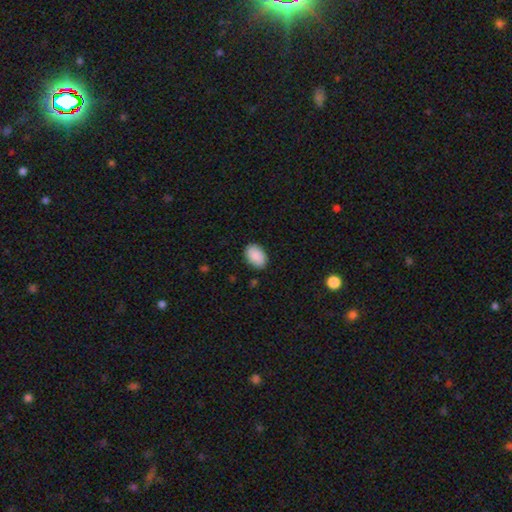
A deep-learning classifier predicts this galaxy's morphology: Q: Smooth or featured?
A: smooth (90%); runner-up: star or artifact (7%)
Q: How rounded?
A: in between (87%); runner-up: round (11%)
Q: Merging?
A: none (86%); runner-up: minor disturbance (11%)